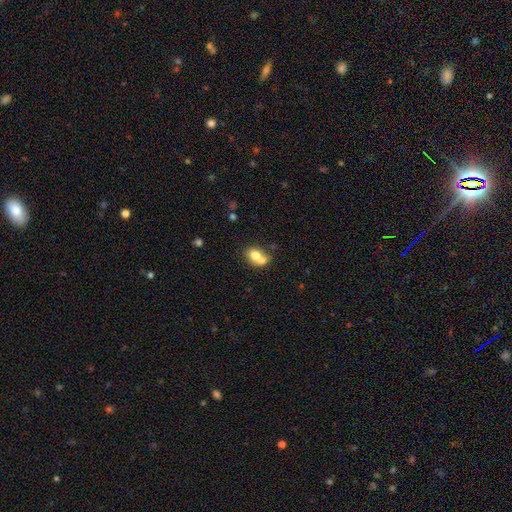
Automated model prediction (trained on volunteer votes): Smooth or featured? Predicted: smooth (p=0.71). How rounded? Predicted: in between (p=0.52). Merging? Predicted: merger (p=0.57).